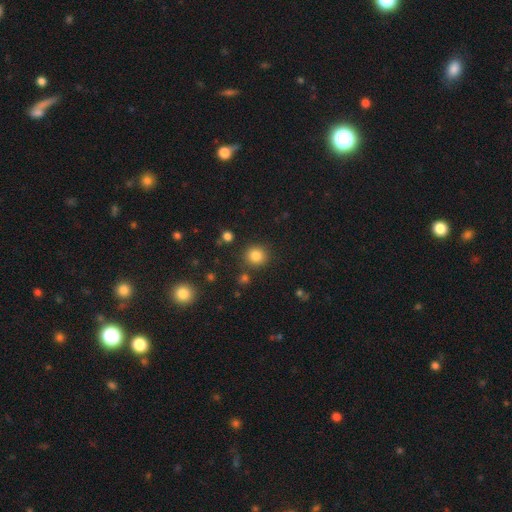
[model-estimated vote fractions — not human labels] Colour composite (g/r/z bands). It shows a smooth galaxy with no disk features (84%) that is round (89%). Merging: none (86%).